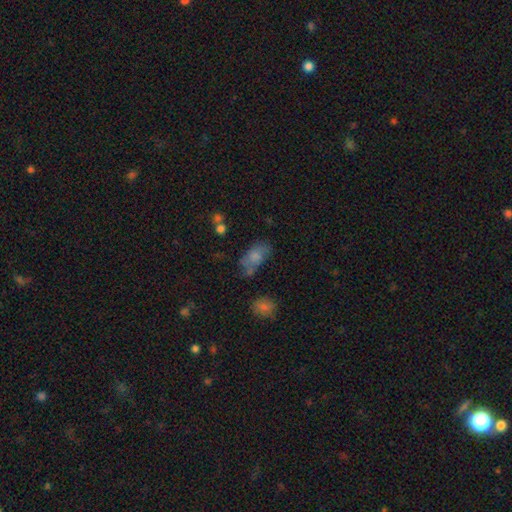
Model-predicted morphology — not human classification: This is likely a smooth galaxy (71%). How rounded: clearly in between (89%). Merging: possibly none (47%).